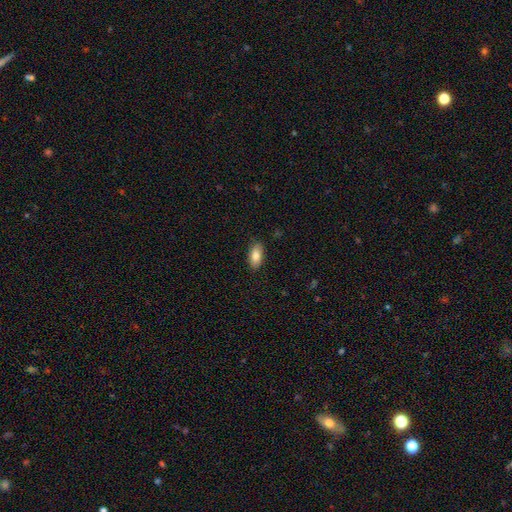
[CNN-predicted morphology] Q: Smooth or featured?
A: smooth (83%); runner-up: featured or disk (10%)
Q: How rounded?
A: in between (91%); runner-up: cigar-shaped (7%)
Q: Merging?
A: none (87%); runner-up: minor disturbance (10%)